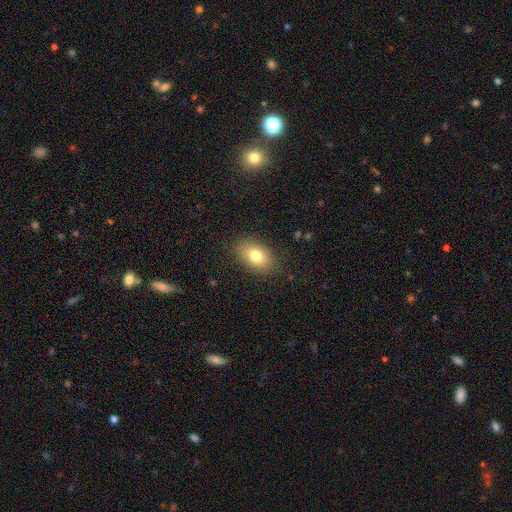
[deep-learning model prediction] This appears to be a smooth galaxy with no disk features (78%) that is in between round and cigar-shaped (85%). Merging: none (85%).